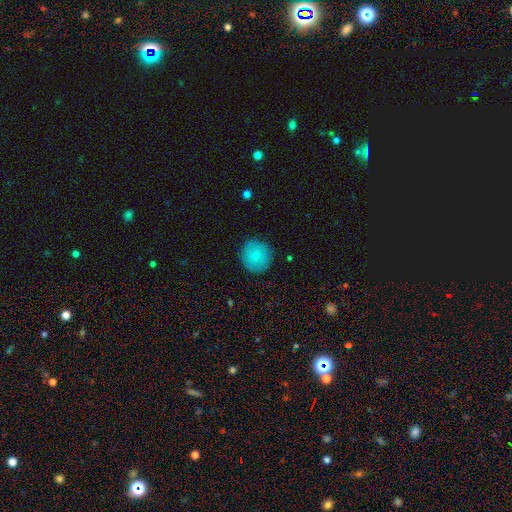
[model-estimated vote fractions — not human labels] smooth 83%, featured or disk 11%, star or artifact 7%. Down the decision tree: how rounded — round (92%); merging — none (87%).